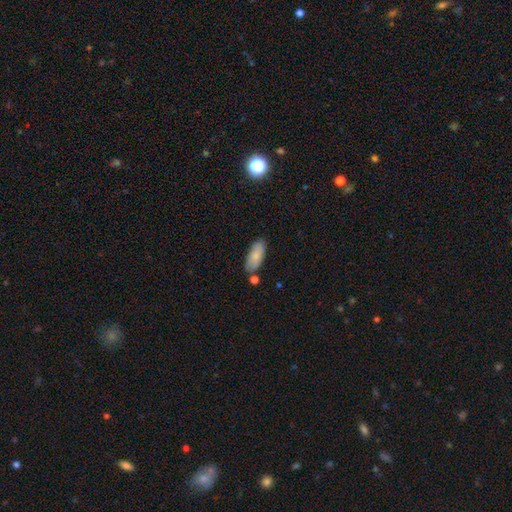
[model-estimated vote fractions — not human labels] Q: Smooth or featured?
A: smooth (82%); runner-up: featured or disk (12%)
Q: How rounded?
A: in between (84%); runner-up: cigar-shaped (14%)
Q: Merging?
A: none (74%); runner-up: minor disturbance (16%)